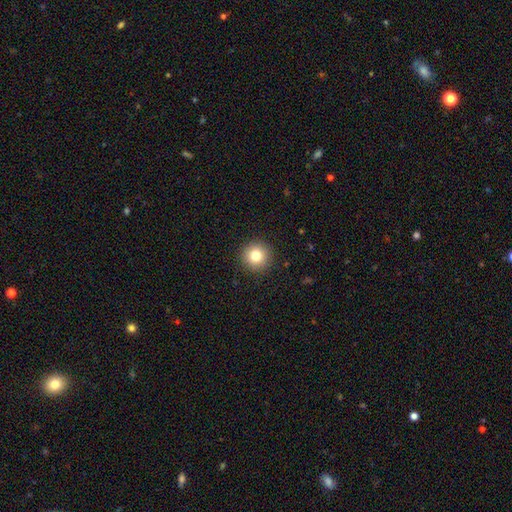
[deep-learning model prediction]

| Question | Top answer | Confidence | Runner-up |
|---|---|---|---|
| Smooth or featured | smooth | 81% | star or artifact (11%) |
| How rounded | round | 95% | in between (4%) |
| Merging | none | 92% | minor disturbance (5%) |